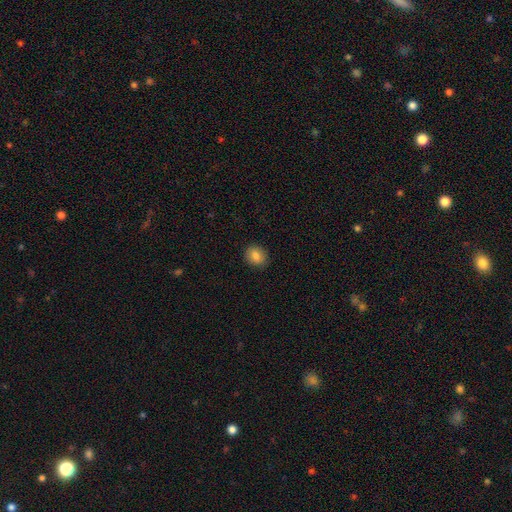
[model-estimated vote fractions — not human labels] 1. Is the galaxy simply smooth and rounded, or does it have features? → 83% smooth, 9% star or artifact, 7% featured or disk.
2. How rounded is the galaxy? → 67% round, 32% in between, 1% cigar-shaped.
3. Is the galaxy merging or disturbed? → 90% none, 7% minor disturbance, 2% major disturbance, 1% merger.